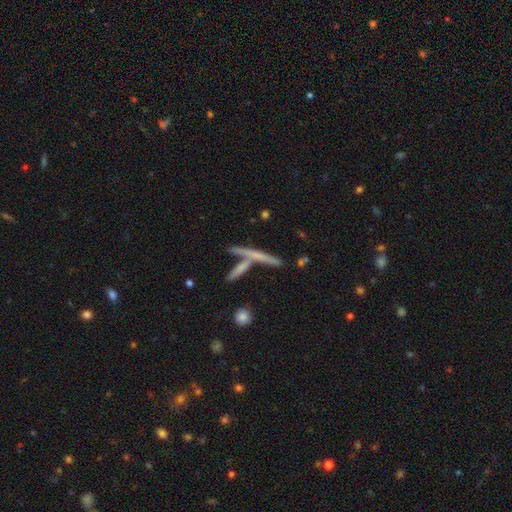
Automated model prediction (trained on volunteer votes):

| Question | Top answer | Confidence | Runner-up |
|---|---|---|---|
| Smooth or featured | featured or disk | 48% | smooth (41%) |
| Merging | none | 62% | merger (24%) |